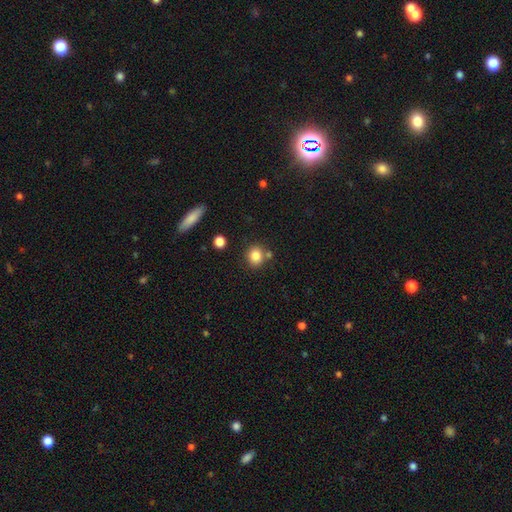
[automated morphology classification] Overall: smooth (84%). How rounded: round (75%). Merging: none (74%).